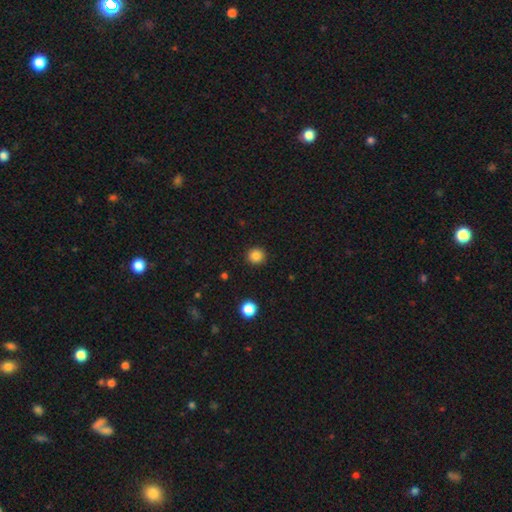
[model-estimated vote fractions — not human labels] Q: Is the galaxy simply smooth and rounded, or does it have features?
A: smooth — 85%.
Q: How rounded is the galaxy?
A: round — 93%.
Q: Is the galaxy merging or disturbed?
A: none — 92%.